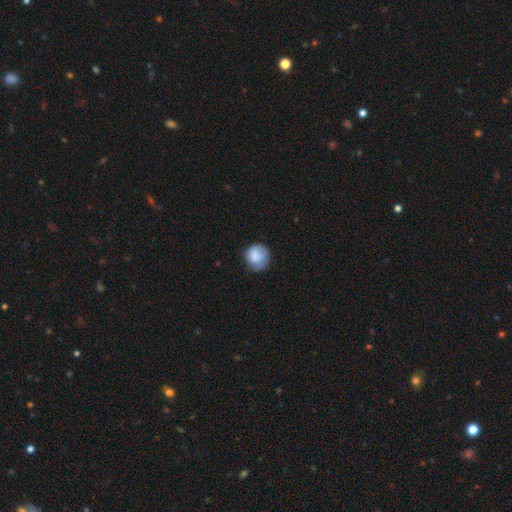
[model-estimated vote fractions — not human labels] smooth 82%, featured or disk 11%, star or artifact 7%. Down the decision tree: how rounded — round (88%); merging — none (69%).